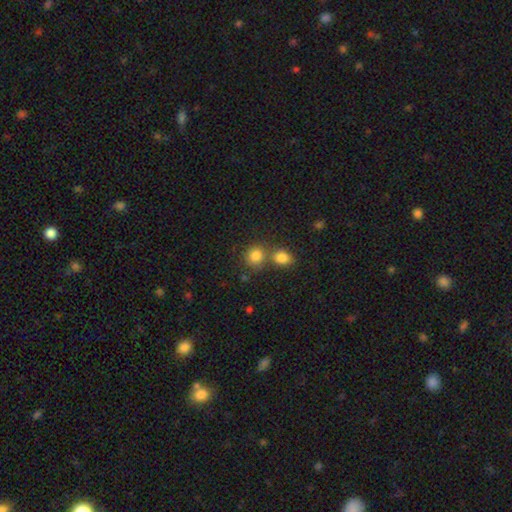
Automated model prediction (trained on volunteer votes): A smooth galaxy with no disk features (83%) that is round (75%). Merging: none (53%).